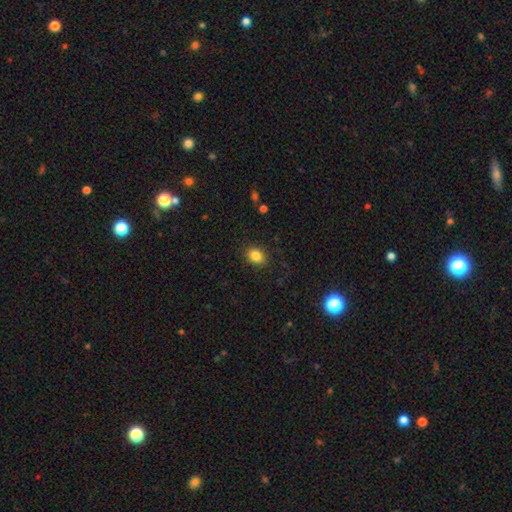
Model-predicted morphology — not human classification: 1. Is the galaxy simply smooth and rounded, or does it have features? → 85% smooth, 10% star or artifact, 5% featured or disk.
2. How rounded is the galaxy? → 57% in between, 42% round, 1% cigar-shaped.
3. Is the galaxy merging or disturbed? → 88% none, 8% minor disturbance, 2% major disturbance, 1% merger.